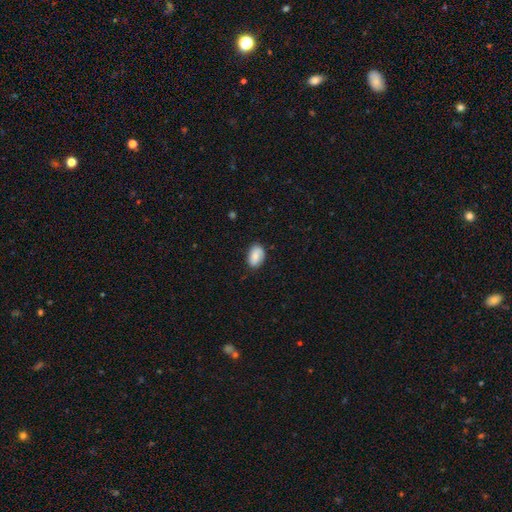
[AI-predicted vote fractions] This appears to be a smooth galaxy with no disk features (80%) that is in between round and cigar-shaped (88%). Merging: none (78%).